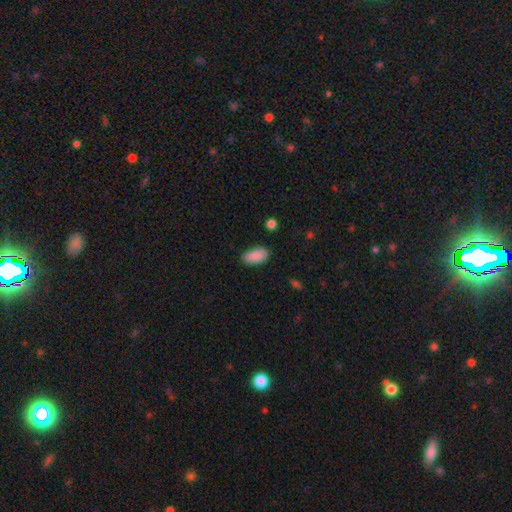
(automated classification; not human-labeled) The model was most divided on "merging": none: 83%, minor disturbance: 13%, major disturbance: 3%, merger: 1%. More confident: how rounded — in between (94%); smooth or featured — smooth (89%).